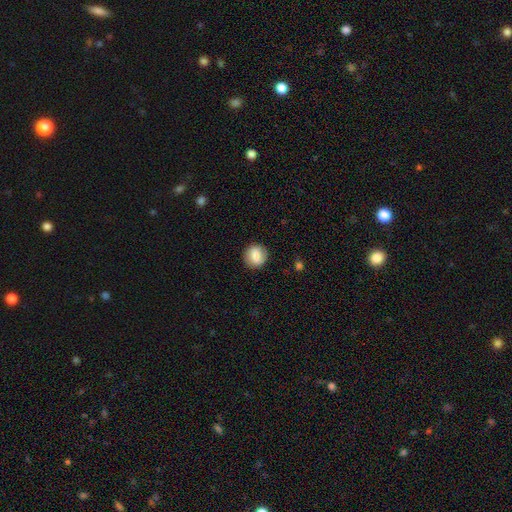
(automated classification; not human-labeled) Overall: smooth (71%). How rounded: round (85%). Merging: none (87%).